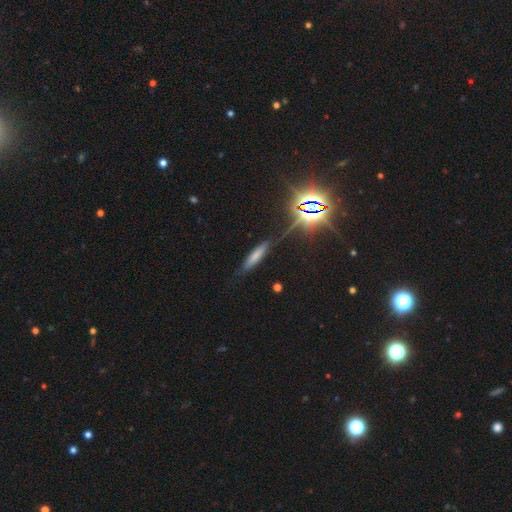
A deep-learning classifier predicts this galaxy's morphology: The model was most divided on "smooth or featured": smooth: 63%, featured or disk: 19%, star or artifact: 18%. More confident: how rounded — cigar-shaped (80%); merging — none (78%).